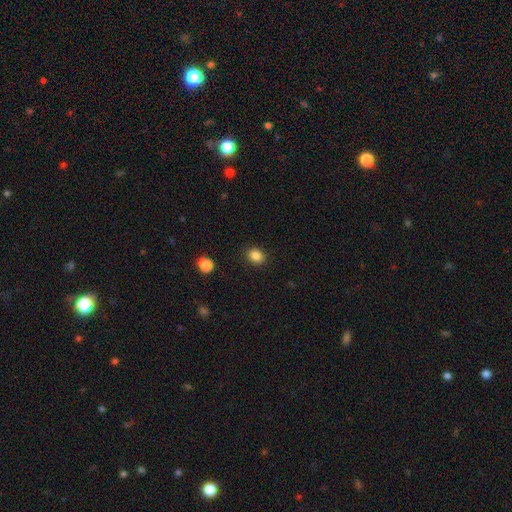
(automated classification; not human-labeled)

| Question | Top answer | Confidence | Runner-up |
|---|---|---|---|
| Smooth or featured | smooth | 85% | star or artifact (11%) |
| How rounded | round | 54% | in between (45%) |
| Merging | none | 89% | minor disturbance (7%) |